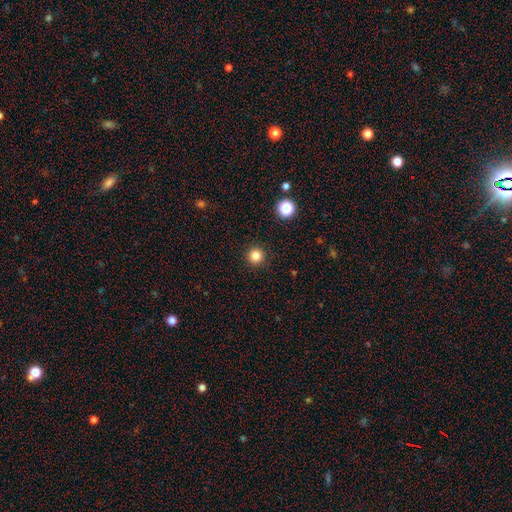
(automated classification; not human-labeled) The model was most divided on "smooth or featured": smooth: 83%, star or artifact: 13%, featured or disk: 4%. More confident: how rounded — round (96%); merging — none (93%).